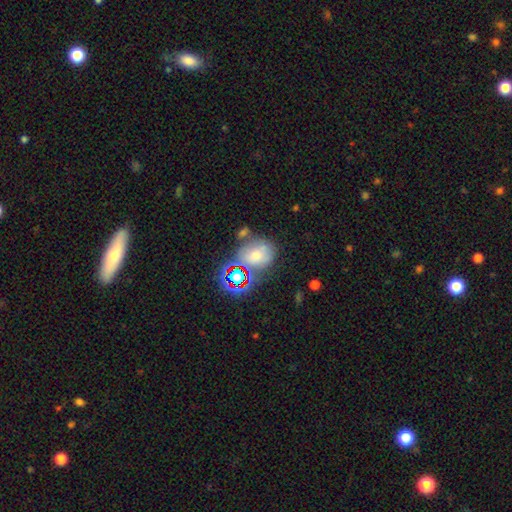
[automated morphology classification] The model was most divided on "smooth or featured": star or artifact: 39%, smooth: 38%, featured or disk: 24%.